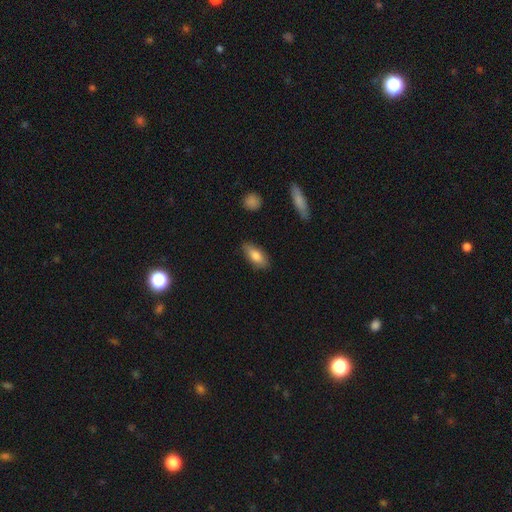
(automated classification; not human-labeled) Smooth or featured?
  - smooth: 78% *
  - featured or disk: 16%
  - star or artifact: 6%
How rounded?
  - in between: 80% *
  - cigar-shaped: 17%
  - round: 3%
Merging?
  - none: 84% *
  - minor disturbance: 12%
  - major disturbance: 2%
  - merger: 2%